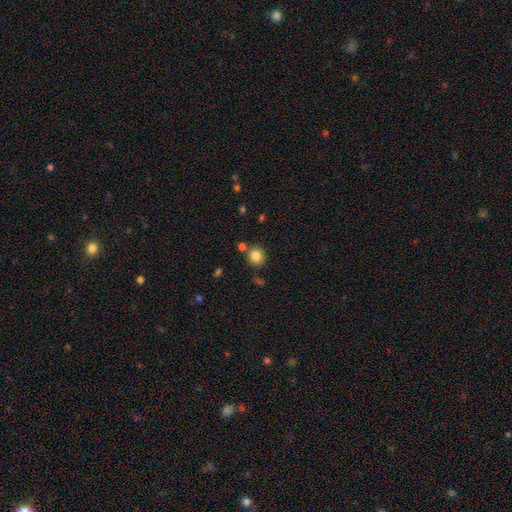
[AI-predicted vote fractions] This is clearly a smooth galaxy (83%). How rounded: clearly round (85%). Merging: likely none (78%).